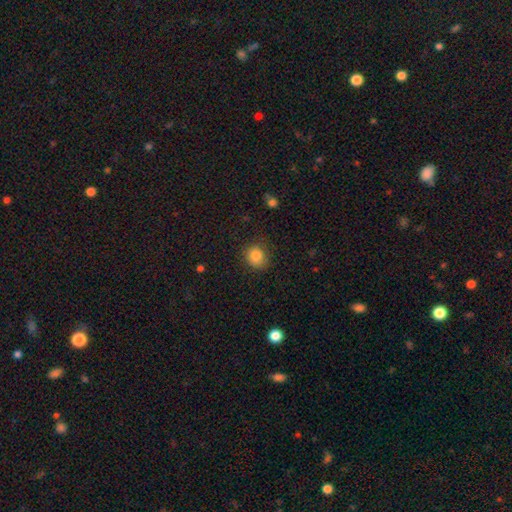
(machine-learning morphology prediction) smooth 84%, star or artifact 10%, featured or disk 6%. Down the decision tree: how rounded — round (78%); merging — none (81%).